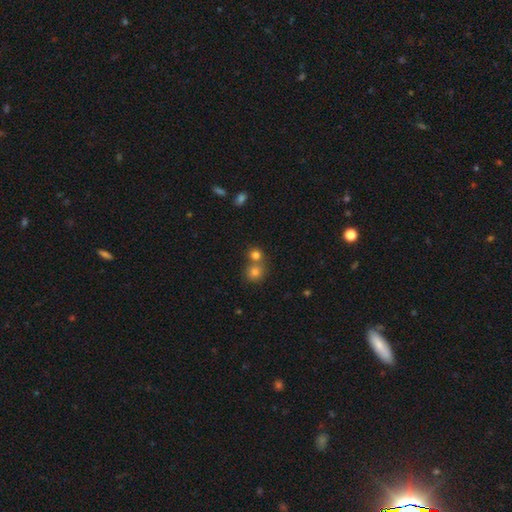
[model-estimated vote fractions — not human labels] The model was most divided on "merging": none: 49%, merger: 43%, minor disturbance: 6%, major disturbance: 2%. More confident: how rounded — round (85%); smooth or featured — smooth (78%).